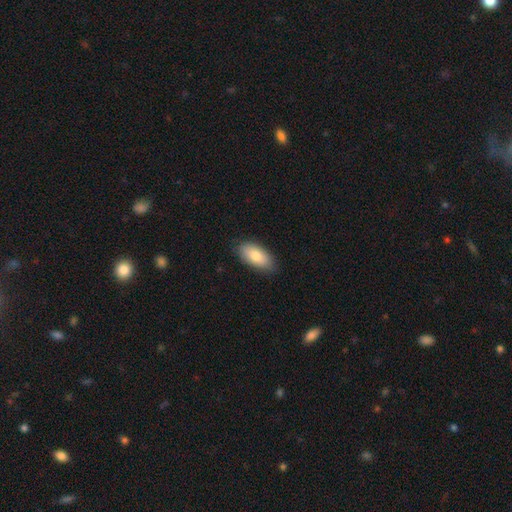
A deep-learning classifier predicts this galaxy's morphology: Q: Smooth or featured?
A: smooth (81%); runner-up: featured or disk (13%)
Q: How rounded?
A: in between (92%); runner-up: cigar-shaped (5%)
Q: Merging?
A: none (85%); runner-up: minor disturbance (12%)